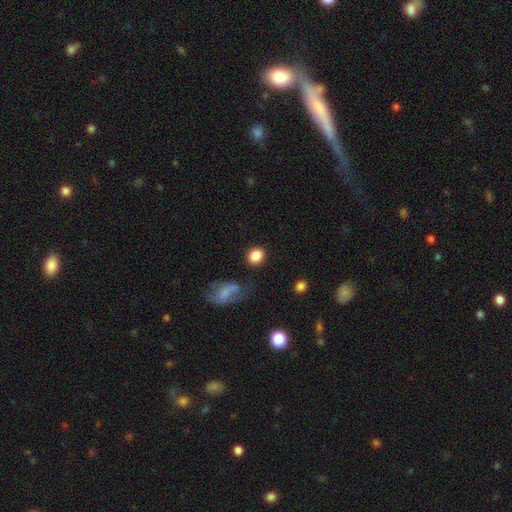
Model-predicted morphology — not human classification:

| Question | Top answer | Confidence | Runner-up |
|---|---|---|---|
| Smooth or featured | smooth | 87% | star or artifact (8%) |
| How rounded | round | 70% | in between (29%) |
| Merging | none | 80% | minor disturbance (11%) |